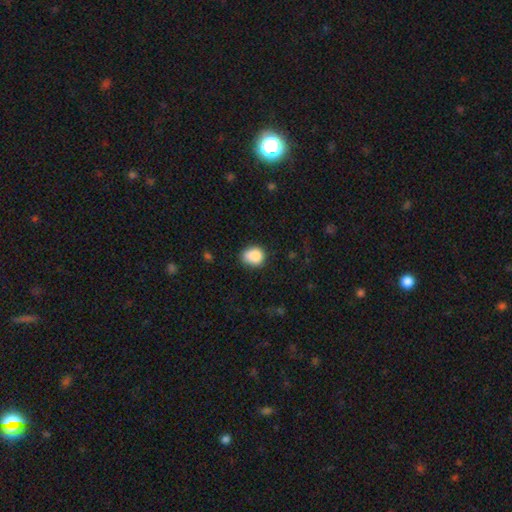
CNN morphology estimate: smooth_or_featured: smooth (p=0.86) [alt: star or artifact p=0.09]
how_rounded: round (p=0.61) [alt: in between p=0.38]
merging: none (p=0.66) [alt: minor disturbance p=0.25]